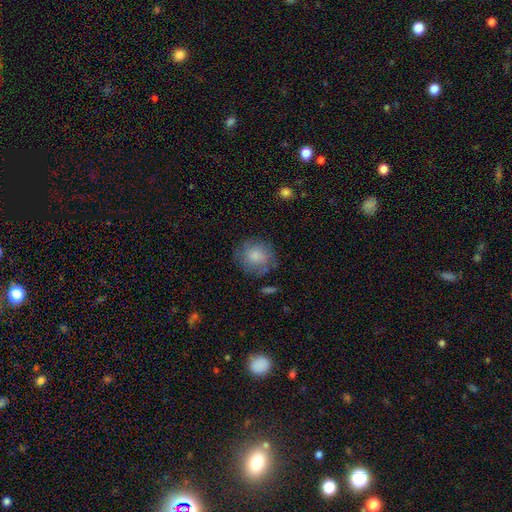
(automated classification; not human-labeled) Morphology: type=smooth (78%); roundness=round (87%); merging=none (73%).